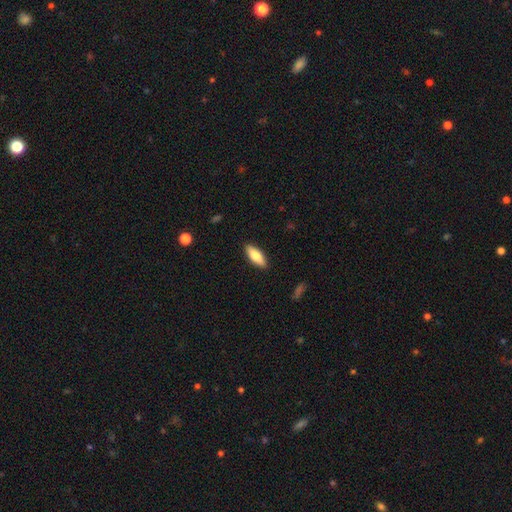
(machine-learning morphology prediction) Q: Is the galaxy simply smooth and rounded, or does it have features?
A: smooth — 70%.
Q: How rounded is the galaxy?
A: in between — 63%.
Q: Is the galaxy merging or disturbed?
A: none — 89%.